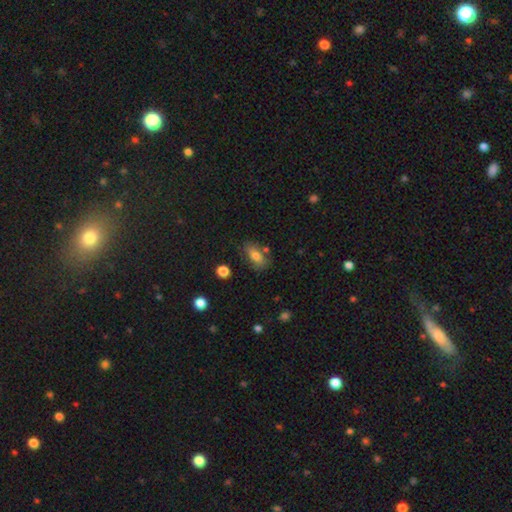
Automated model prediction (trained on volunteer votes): A smooth galaxy with no disk features (73%) that is in between round and cigar-shaped (83%).

Vote fractions:
- Smooth or featured? smooth: 73% / featured or disk: 19% / star or artifact: 9%
- How rounded? in between: 83% / cigar-shaped: 11% / round: 7%
- Merging? none: 70% / minor disturbance: 18% / merger: 7% / major disturbance: 5%